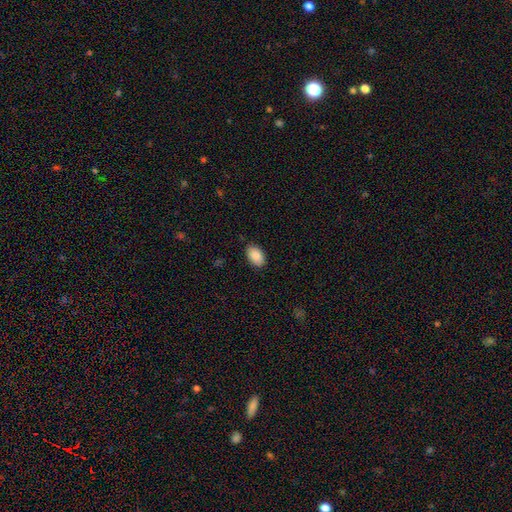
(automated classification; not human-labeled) A smooth galaxy with no disk features (89%) that is in between round and cigar-shaped (92%). Merging: none (87%).